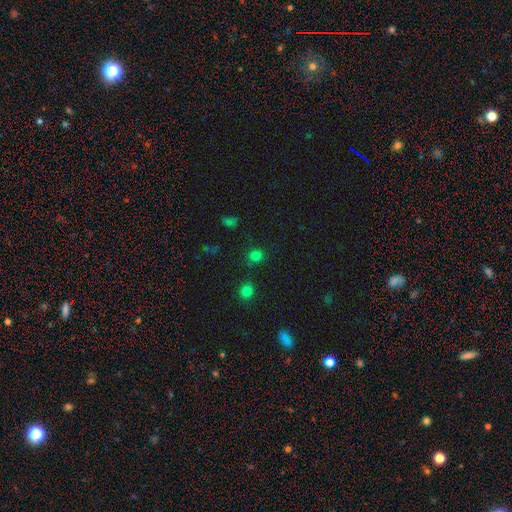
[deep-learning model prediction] This is likely a smooth galaxy (75%). How rounded: clearly round (85%). Merging: likely none (80%).